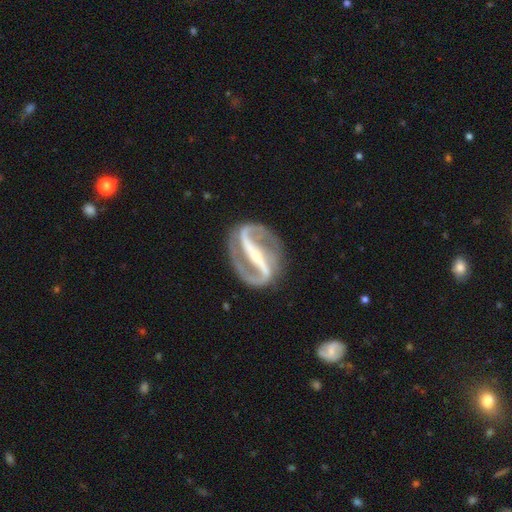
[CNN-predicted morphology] smooth_or_featured: featured or disk (p=0.93) [alt: star or artifact p=0.04]
disk_edge_on: no (p=0.95) [alt: yes p=0.05]
bar: strong (p=0.83) [alt: weak p=0.11]
has_spiral_arms: yes (p=0.97) [alt: no p=0.03]
spiral_winding: medium (p=0.49) [alt: loose p=0.26]
spiral_arm_count: 2 (p=0.94) [alt: can't tell p=0.02]
bulge_size: small (p=0.71) [alt: moderate p=0.23]
merging: none (p=0.84) [alt: minor disturbance p=0.10]